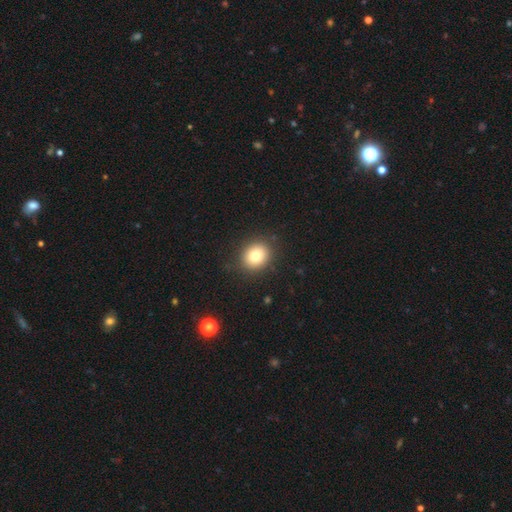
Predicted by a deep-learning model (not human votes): A smooth galaxy with no disk features (78%) that is round (68%). Merging: none (88%).